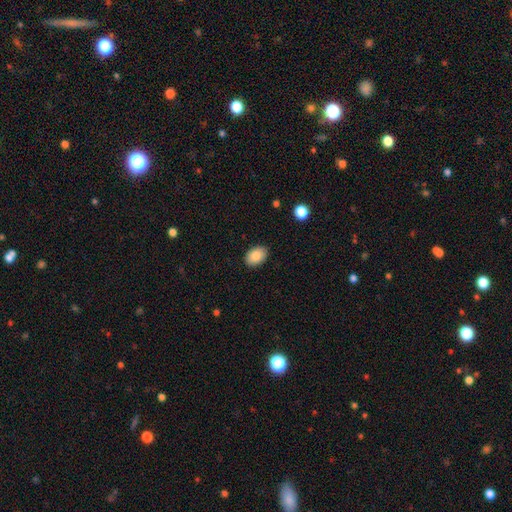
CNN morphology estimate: This is clearly a smooth galaxy (86%). How rounded: clearly in between (87%). Merging: clearly none (88%).